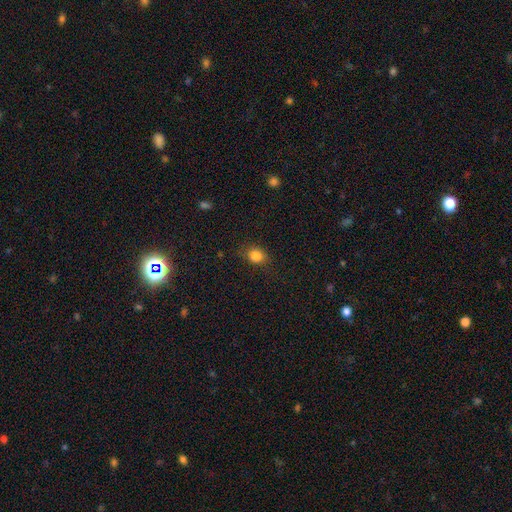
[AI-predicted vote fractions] The model was most divided on "how rounded": round: 61%, in between: 38%, cigar-shaped: 1%. More confident: smooth or featured — smooth (83%); merging — none (78%).